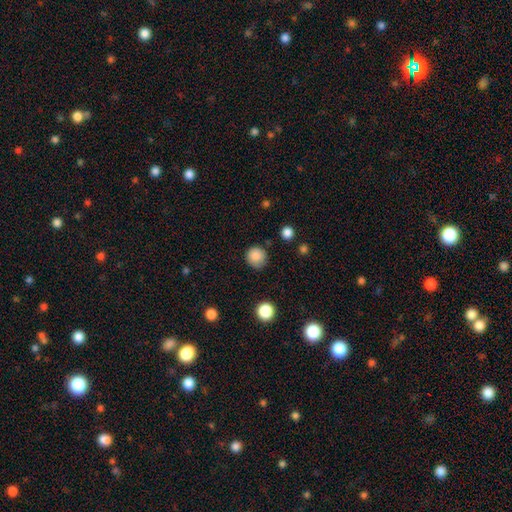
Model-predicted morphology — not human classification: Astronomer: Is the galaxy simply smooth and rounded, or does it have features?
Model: smooth — 86%.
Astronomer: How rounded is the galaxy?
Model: round — 93%.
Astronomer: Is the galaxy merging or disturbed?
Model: none — 81%.